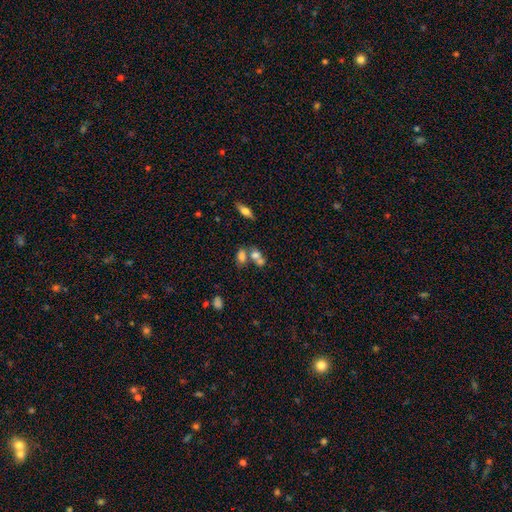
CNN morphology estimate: type=smooth (67%); roundness=in between (66%); merging=merger (54%).